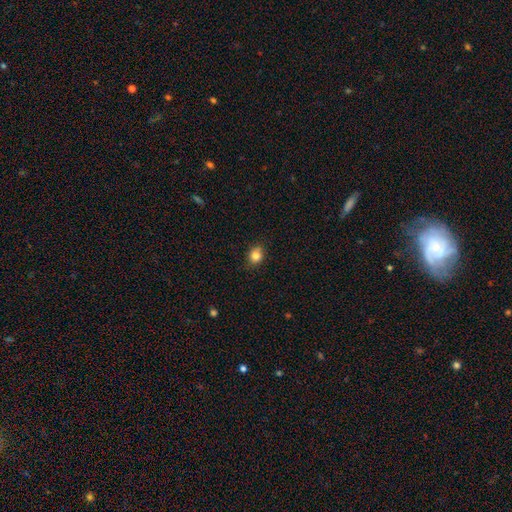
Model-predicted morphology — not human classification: smooth_or_featured: smooth (p=0.83) [alt: star or artifact p=0.11]
how_rounded: round (p=0.64) [alt: in between p=0.35]
merging: none (p=0.82) [alt: minor disturbance p=0.14]